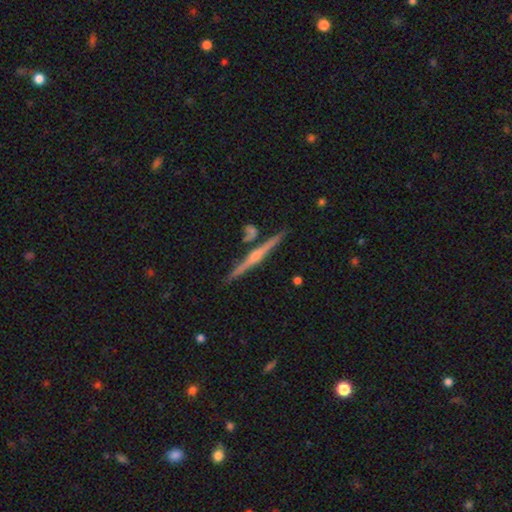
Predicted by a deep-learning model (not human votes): smooth_or_featured: featured or disk (p=0.79) [alt: smooth p=0.15]
disk_edge_on: yes (p=0.98) [alt: no p=0.02]
edge_on_bulge: rounded (p=0.82) [alt: none p=0.12]
merging: none (p=0.87) [alt: minor disturbance p=0.07]